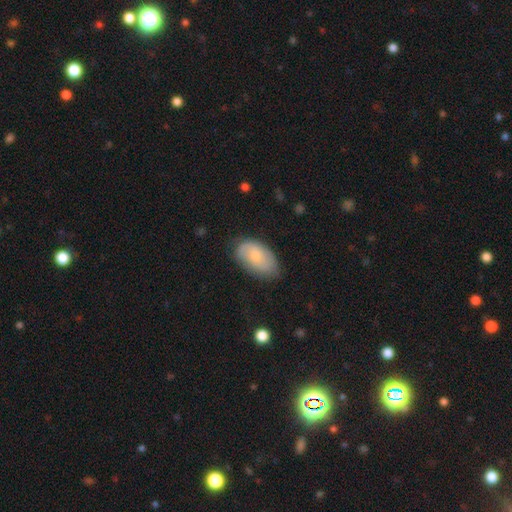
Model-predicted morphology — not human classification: smooth 62%, featured or disk 32%, star or artifact 7%. Down the decision tree: how rounded — in between (93%); merging — none (70%).